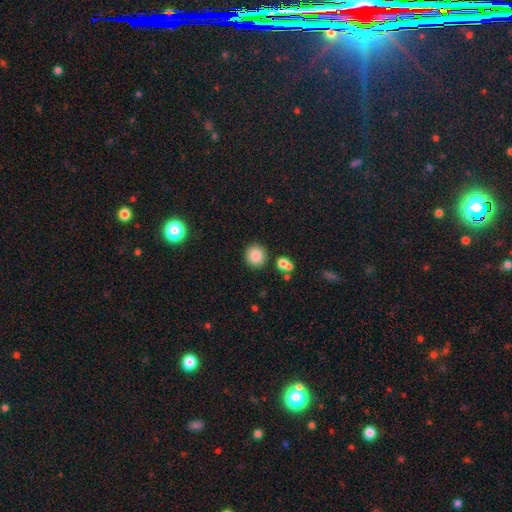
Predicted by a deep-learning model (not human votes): Smooth or featured? Predicted: smooth (p=0.85). How rounded? Predicted: round (p=0.89). Merging? Predicted: none (p=0.85).